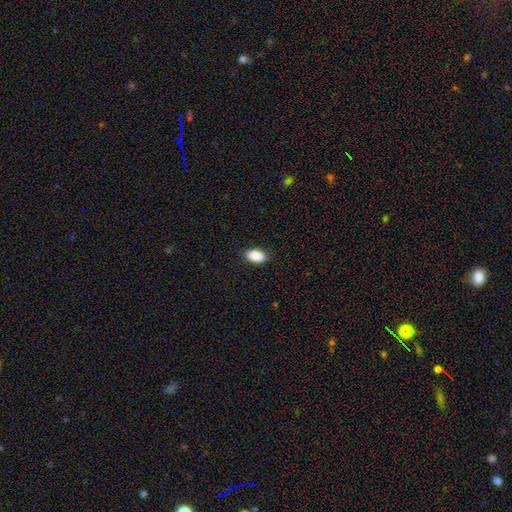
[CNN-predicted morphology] Smooth or featured? Predicted: smooth (p=0.89). How rounded? Predicted: in between (p=0.92). Merging? Predicted: none (p=0.87).